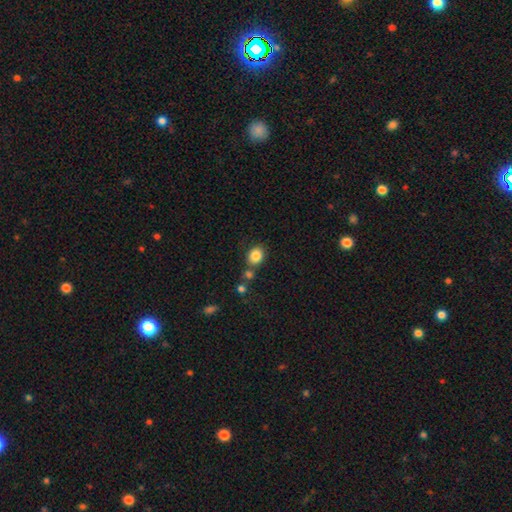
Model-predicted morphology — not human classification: smooth_or_featured: smooth (p=0.84) [alt: star or artifact p=0.10]
how_rounded: round (p=0.52) [alt: in between p=0.47]
merging: none (p=0.69) [alt: merger p=0.16]